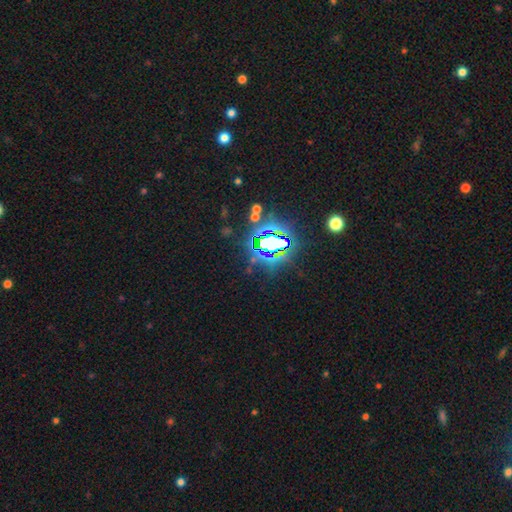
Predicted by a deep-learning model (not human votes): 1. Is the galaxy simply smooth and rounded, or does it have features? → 84% star or artifact, 9% smooth, 7% featured or disk.